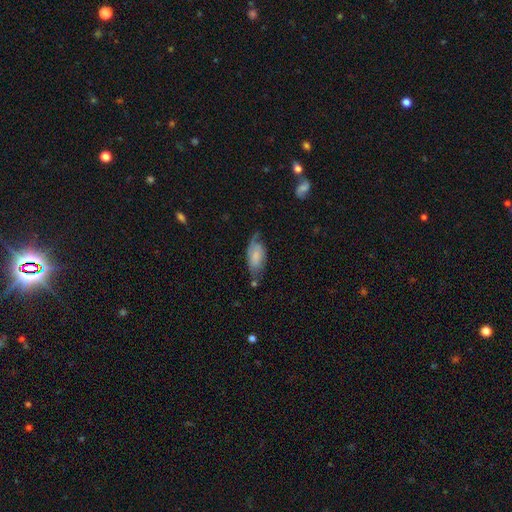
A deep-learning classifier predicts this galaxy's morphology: Q: Smooth or featured?
A: smooth (61%); runner-up: featured or disk (32%)
Q: How rounded?
A: in between (89%); runner-up: cigar-shaped (8%)
Q: Merging?
A: none (46%); runner-up: minor disturbance (35%)